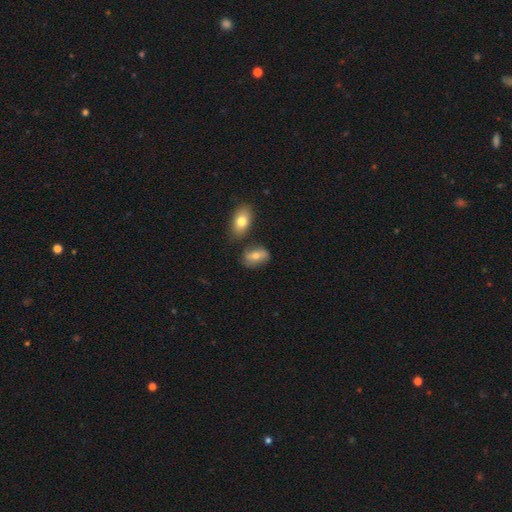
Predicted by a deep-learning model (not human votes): Smooth or featured?
  - smooth: 62% *
  - featured or disk: 28%
  - star or artifact: 9%
How rounded?
  - in between: 83% *
  - round: 14%
  - cigar-shaped: 3%
Merging?
  - none: 66% *
  - minor disturbance: 18%
  - merger: 11%
  - major disturbance: 5%